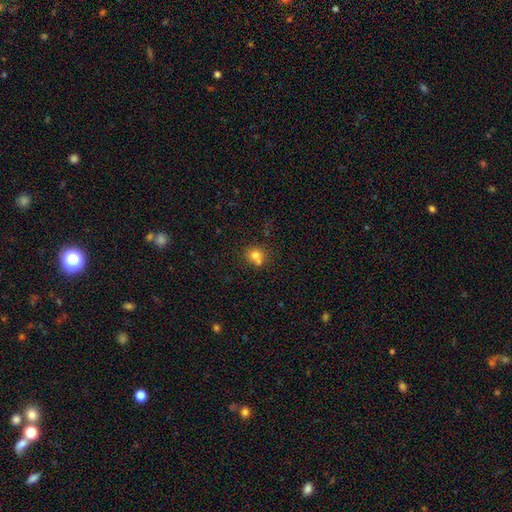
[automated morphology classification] smooth_or_featured: smooth (p=0.75) [alt: star or artifact p=0.14]
how_rounded: round (p=0.72) [alt: in between p=0.27]
merging: none (p=0.51) [alt: merger p=0.28]